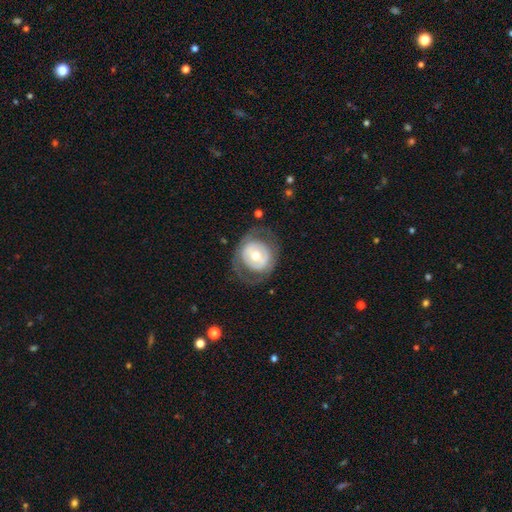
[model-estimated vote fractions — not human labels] Overall: featured or disk (54%; smooth 40%). Edge-on disk: no (95%). Bar: no (62%; weak 25%). Spiral arms: no (77%). Bulge size: moderate (66%). Merging: none (70%).